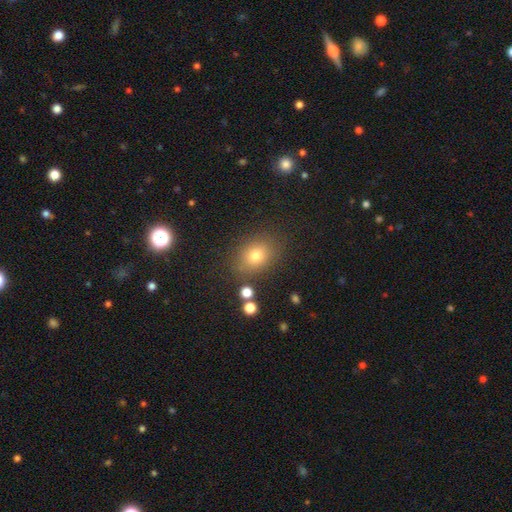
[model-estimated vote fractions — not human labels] Q: Smooth or featured?
A: smooth (75%); runner-up: star or artifact (16%)
Q: How rounded?
A: in between (53%); runner-up: round (45%)
Q: Merging?
A: none (82%); runner-up: minor disturbance (11%)